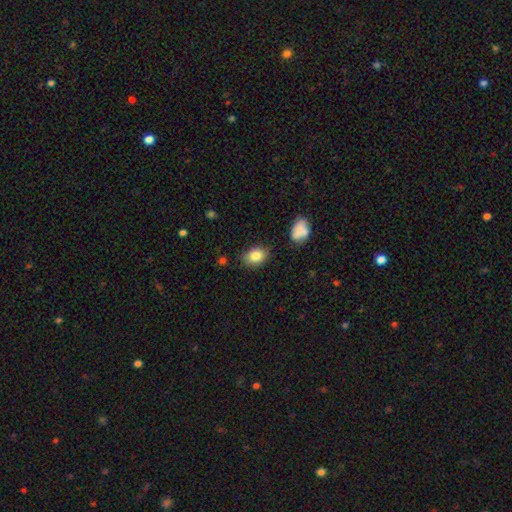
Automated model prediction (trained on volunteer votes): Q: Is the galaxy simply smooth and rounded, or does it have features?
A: smooth — 84%.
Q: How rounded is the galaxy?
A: in between — 71%.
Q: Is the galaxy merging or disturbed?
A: none — 80%.